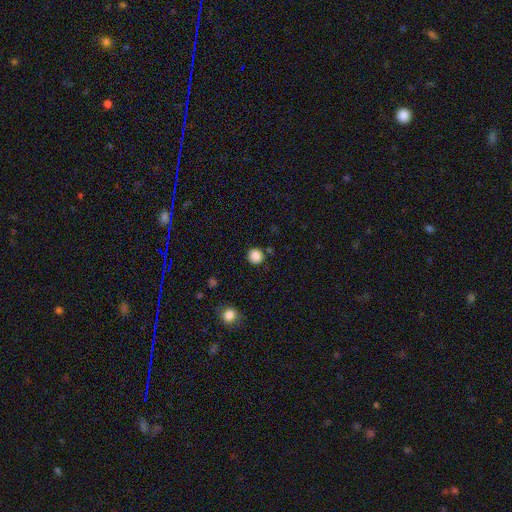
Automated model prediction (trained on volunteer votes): This is clearly a smooth galaxy (86%). How rounded: clearly round (93%). Merging: clearly none (87%).